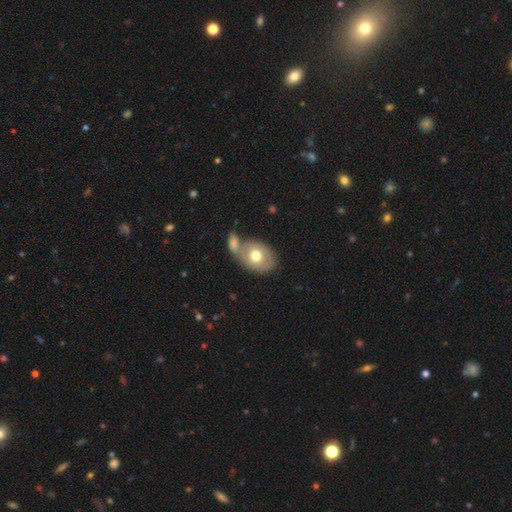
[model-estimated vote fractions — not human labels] A smooth galaxy with no disk features (62%) that is in between round and cigar-shaped (63%).

Vote fractions:
- Smooth or featured? smooth: 62% / featured or disk: 31% / star or artifact: 7%
- How rounded? in between: 63% / round: 35% / cigar-shaped: 1%
- Merging? none: 41% / merger: 40% / minor disturbance: 13% / major disturbance: 6%